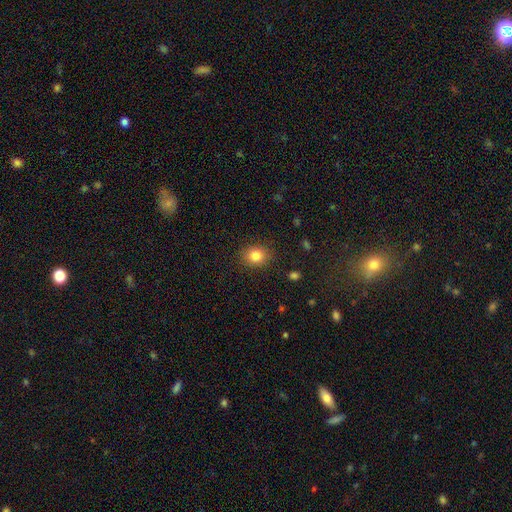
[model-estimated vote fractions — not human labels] This appears to be a smooth galaxy with no disk features (83%) that is round (69%). Merging: none (87%).